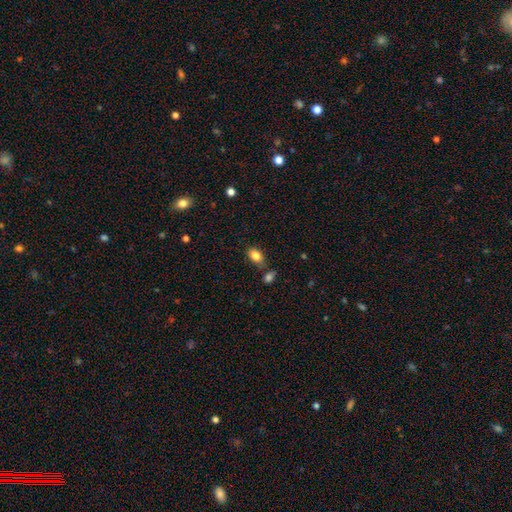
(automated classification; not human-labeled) A smooth galaxy with no disk features (84%) that is in between round and cigar-shaped (87%).

Vote fractions:
- Smooth or featured? smooth: 84% / star or artifact: 9% / featured or disk: 8%
- How rounded? in between: 87% / round: 11% / cigar-shaped: 2%
- Merging? none: 69% / minor disturbance: 15% / merger: 12% / major disturbance: 4%